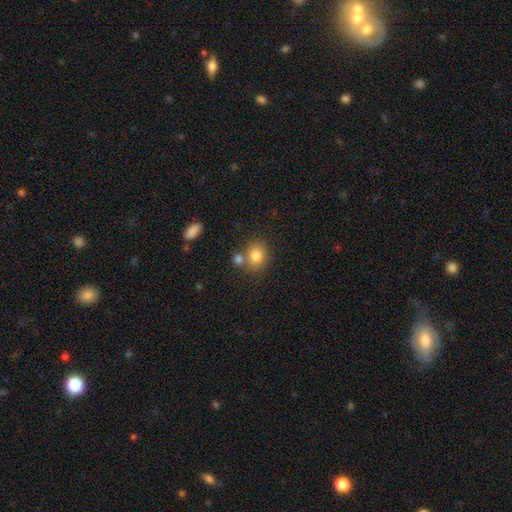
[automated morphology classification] This appears to be a smooth galaxy with no disk features (82%) that is round (66%). Merging: none (60%).